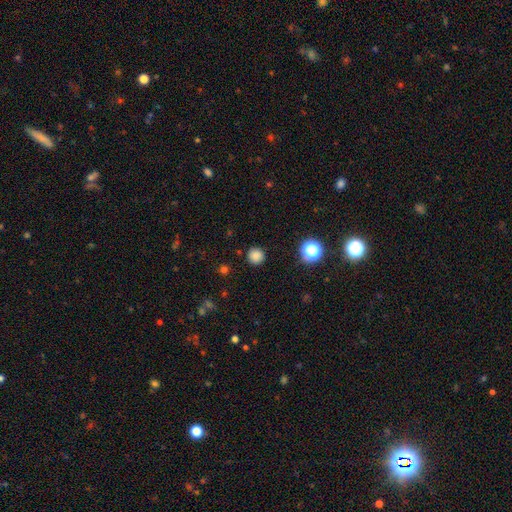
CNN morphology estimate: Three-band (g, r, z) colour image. It shows a smooth galaxy with no disk features (82%) that is round (95%). Merging: none (90%).